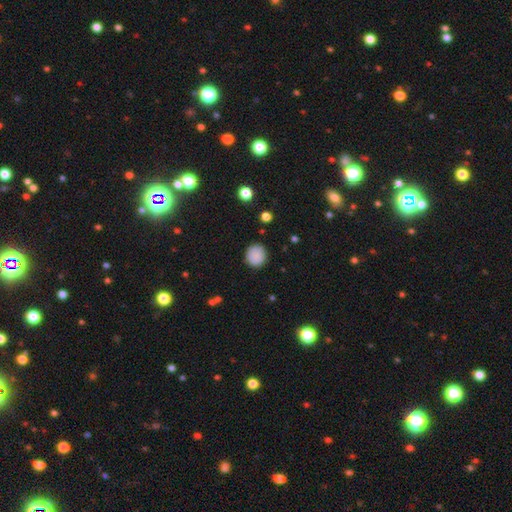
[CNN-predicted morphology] A smooth galaxy with no disk features (87%) that is round (89%).

Vote fractions:
- Smooth or featured? smooth: 87% / star or artifact: 9% / featured or disk: 4%
- How rounded? round: 89% / in between: 10% / cigar-shaped: 1%
- Merging? none: 87% / minor disturbance: 9% / major disturbance: 2% / merger: 1%